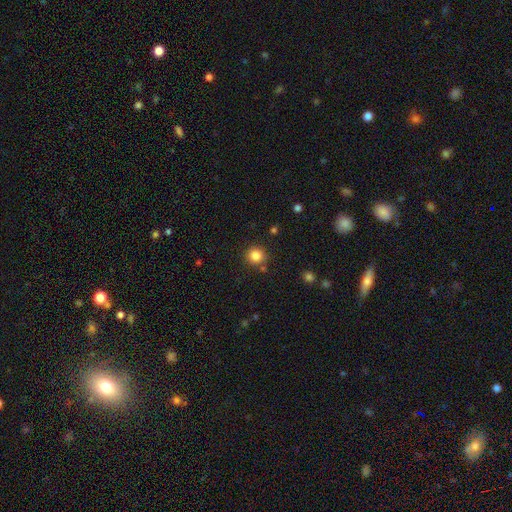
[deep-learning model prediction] Q: Smooth or featured?
A: smooth (84%); runner-up: star or artifact (12%)
Q: How rounded?
A: round (92%); runner-up: in between (7%)
Q: Merging?
A: none (84%); runner-up: minor disturbance (8%)